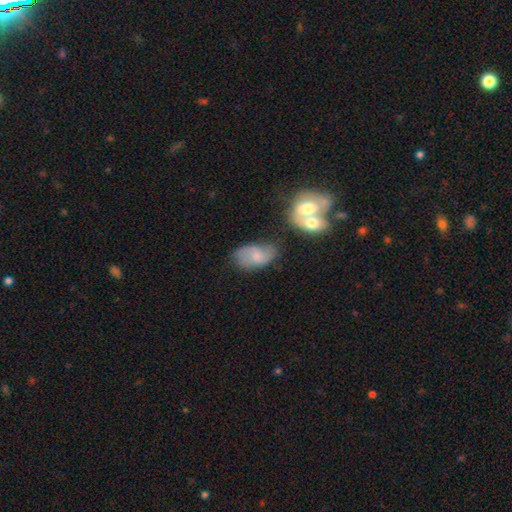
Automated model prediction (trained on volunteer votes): Morphology: type=smooth (52%); roundness=in between (90%); merging=none (52%).